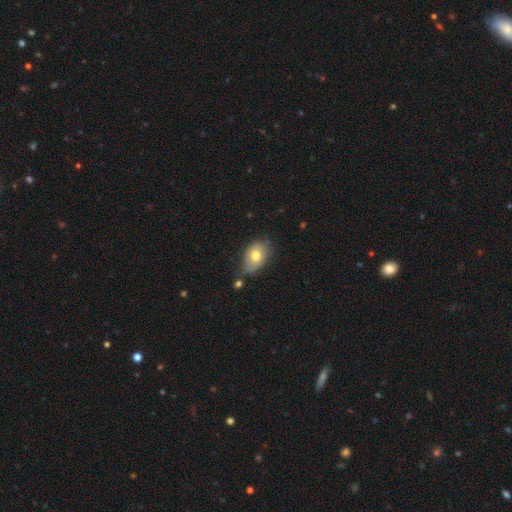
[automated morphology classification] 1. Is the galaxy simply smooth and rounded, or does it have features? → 72% smooth, 20% featured or disk, 8% star or artifact.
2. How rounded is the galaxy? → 80% in between, 19% round, 1% cigar-shaped.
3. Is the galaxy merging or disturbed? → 55% none, 30% minor disturbance, 7% merger, 7% major disturbance.